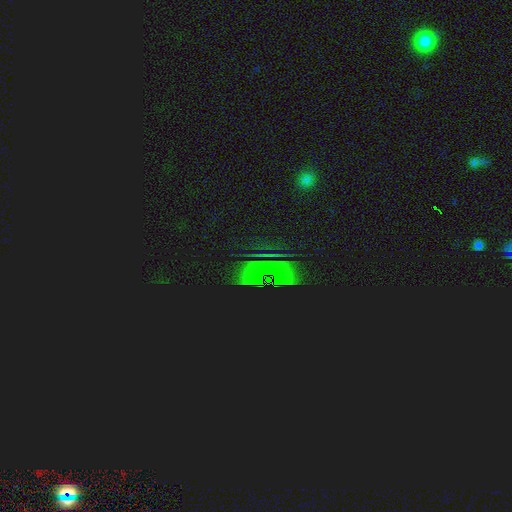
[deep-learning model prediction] A star or artifact, not a galaxy (58%).

Vote fractions:
- Smooth or featured? star or artifact: 58% / smooth: 22% / featured or disk: 19%